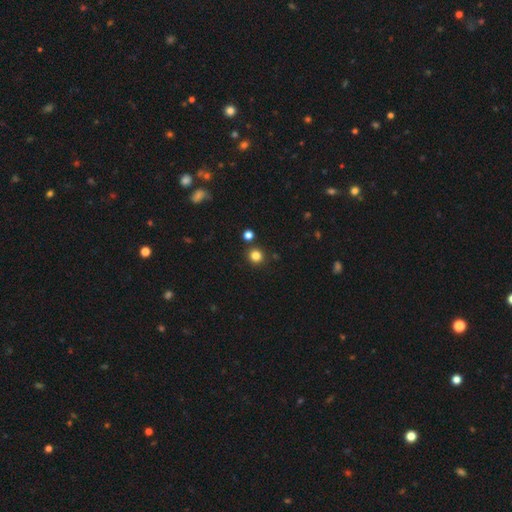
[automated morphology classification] The model was most divided on "smooth or featured": smooth: 82%, star or artifact: 14%, featured or disk: 5%. More confident: how rounded — round (91%); merging — none (87%).